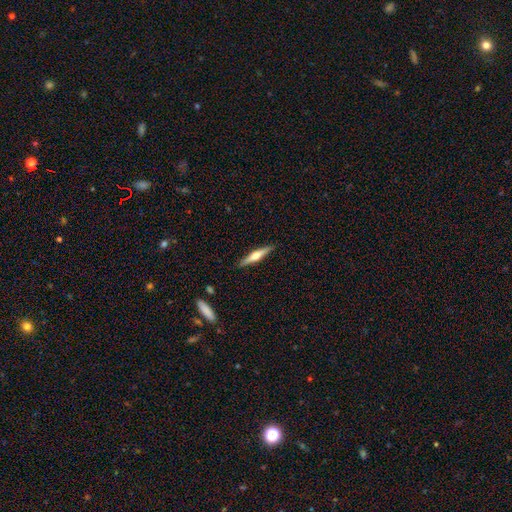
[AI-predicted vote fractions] smooth_or_featured: featured or disk (p=0.58) [alt: smooth p=0.37]
disk_edge_on: yes (p=0.97) [alt: no p=0.03]
edge_on_bulge: rounded (p=0.88) [alt: boxy p=0.06]
merging: none (p=0.89) [alt: minor disturbance p=0.08]